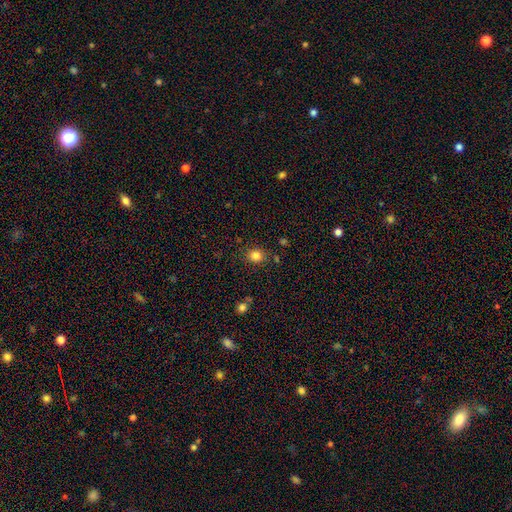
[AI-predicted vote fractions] Smooth or featured?
  - smooth: 83% *
  - star or artifact: 12%
  - featured or disk: 5%
How rounded?
  - round: 75% *
  - in between: 25%
  - cigar-shaped: 1%
Merging?
  - none: 84% *
  - minor disturbance: 10%
  - major disturbance: 3%
  - merger: 3%